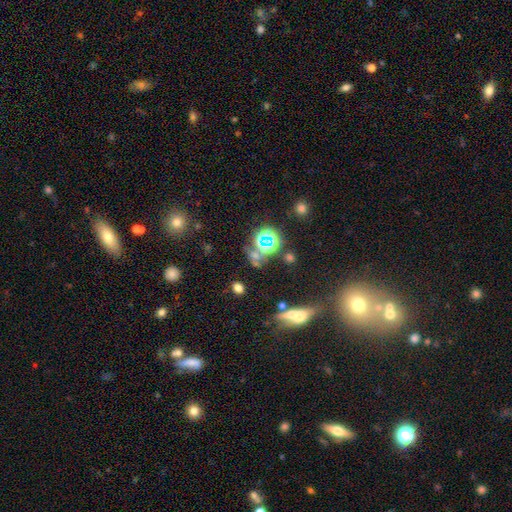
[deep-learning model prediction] Q: Smooth or featured?
A: star or artifact (60%); runner-up: smooth (28%)